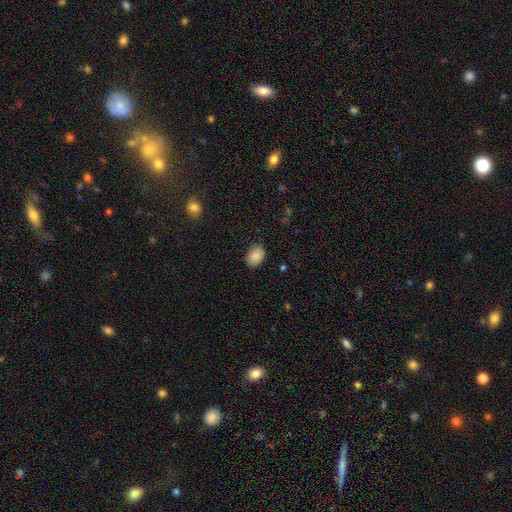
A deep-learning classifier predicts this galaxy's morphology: Overall: smooth (88%). How rounded: in between (73%). Merging: none (85%).